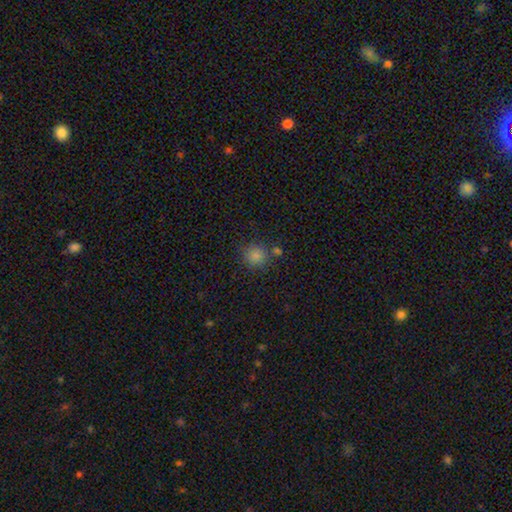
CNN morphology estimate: smooth_or_featured: smooth (p=0.82) [alt: star or artifact p=0.13]
how_rounded: round (p=0.87) [alt: in between p=0.12]
merging: none (p=0.73) [alt: minor disturbance p=0.12]